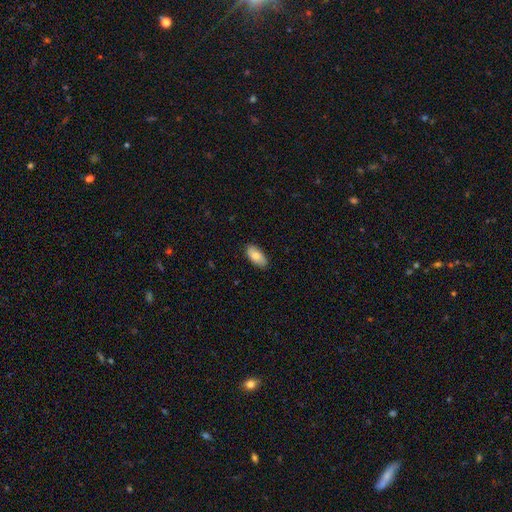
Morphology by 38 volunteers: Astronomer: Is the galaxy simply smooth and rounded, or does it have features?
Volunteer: smooth — 89%.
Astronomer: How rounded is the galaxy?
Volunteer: in between — 94%.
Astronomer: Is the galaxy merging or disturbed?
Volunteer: none — 89%.